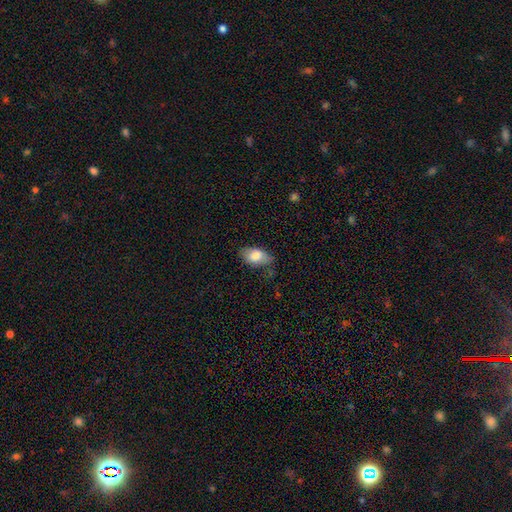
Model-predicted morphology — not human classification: This appears to be a smooth galaxy with no disk features (80%) that is in between round and cigar-shaped (91%). Merging: none (65%).